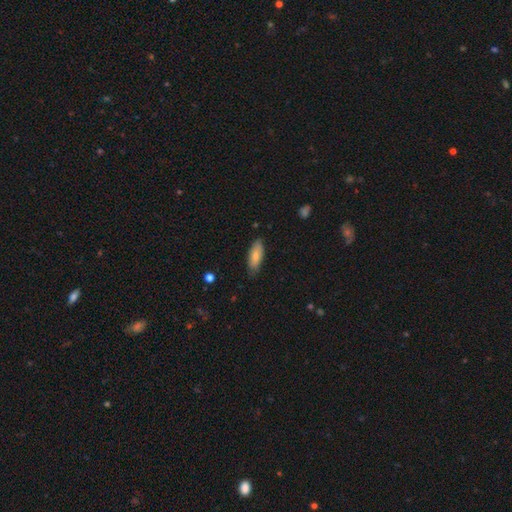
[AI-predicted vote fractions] smooth 80%, featured or disk 14%, star or artifact 6%. Down the decision tree: how rounded — in between (71%); merging — none (79%).